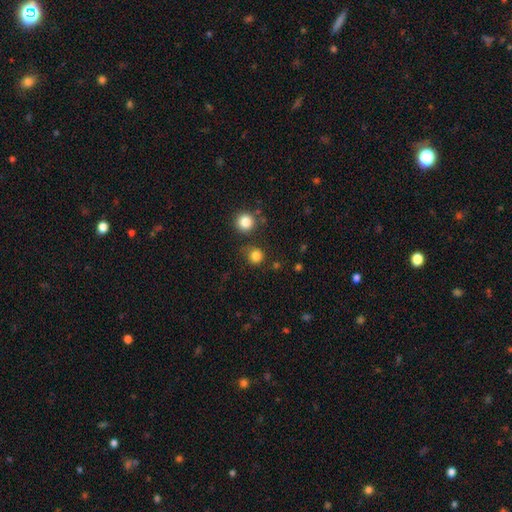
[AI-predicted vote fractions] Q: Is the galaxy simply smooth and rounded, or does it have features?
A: smooth — 82%.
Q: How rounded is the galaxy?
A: round — 87%.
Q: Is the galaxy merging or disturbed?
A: none — 75%.